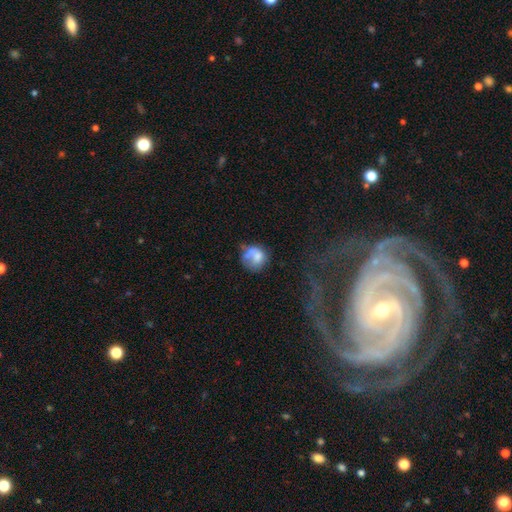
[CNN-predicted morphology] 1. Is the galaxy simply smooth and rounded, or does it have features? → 62% smooth, 28% featured or disk, 10% star or artifact.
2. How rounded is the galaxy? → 74% round, 25% in between, 1% cigar-shaped.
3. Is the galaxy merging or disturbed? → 38% none, 25% minor disturbance, 22% major disturbance, 16% merger.